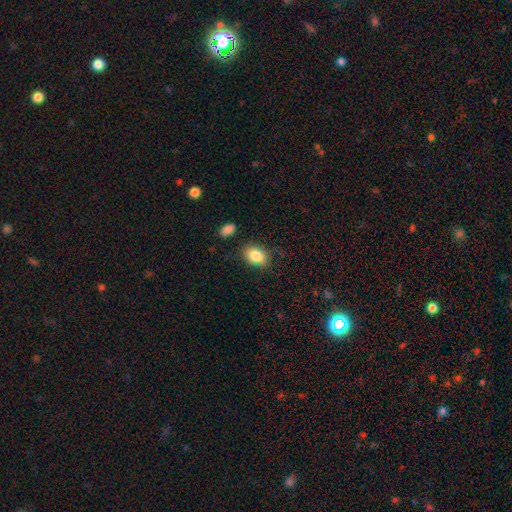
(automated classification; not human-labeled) This appears to be a smooth galaxy with no disk features (86%) that is in between round and cigar-shaped (80%). Merging: none (81%).